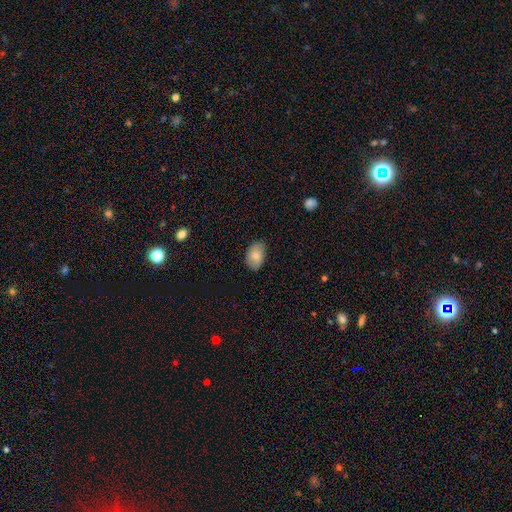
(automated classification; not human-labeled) This is clearly a smooth galaxy (81%). How rounded: clearly in between (88%). Merging: likely none (79%).